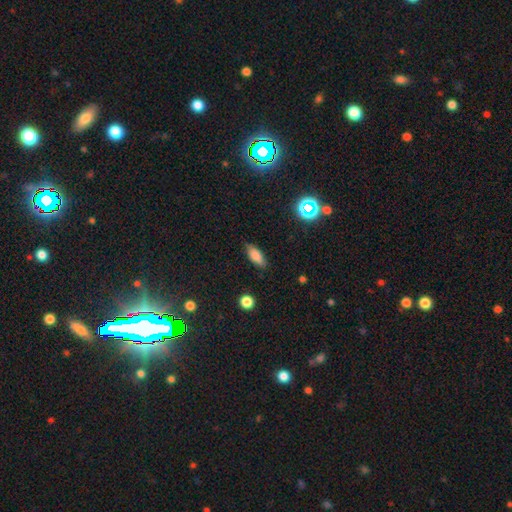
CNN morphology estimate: This appears to be a smooth galaxy with no disk features (77%) that is in between round and cigar-shaped (76%). Merging: none (81%).